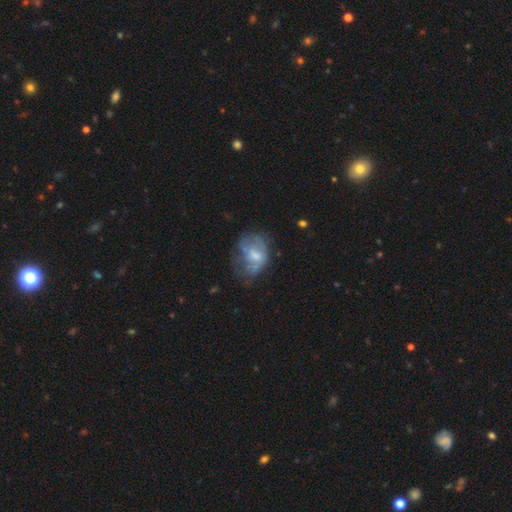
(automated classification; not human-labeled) Overall: featured or disk (46%; smooth 44%). Merging: none (35%; major disturbance 31%).